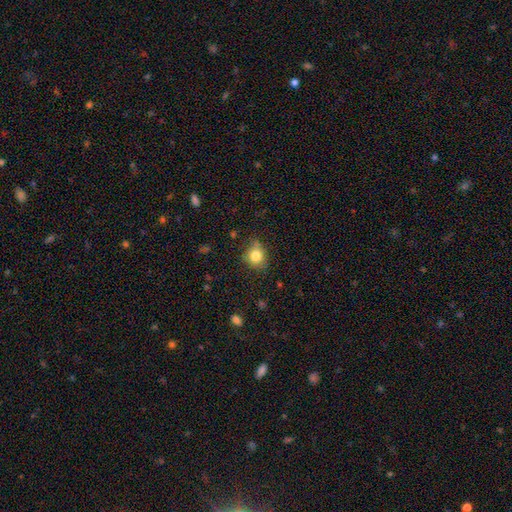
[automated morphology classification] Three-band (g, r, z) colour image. It shows a smooth galaxy with no disk features (80%) that is round (69%). Merging: none (66%).